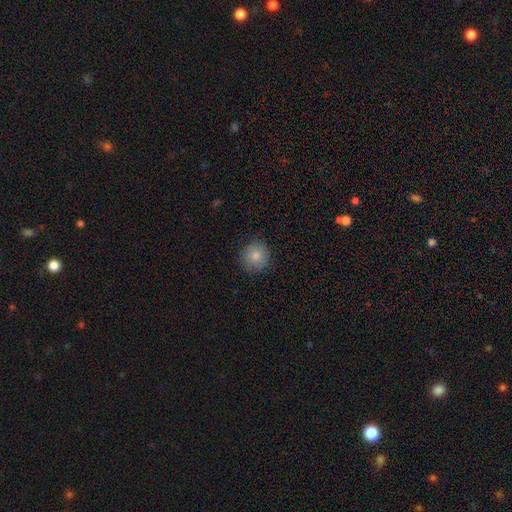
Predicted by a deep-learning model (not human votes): Smooth or featured?
  - smooth: 83% *
  - star or artifact: 9%
  - featured or disk: 8%
How rounded?
  - round: 93% *
  - in between: 6%
  - cigar-shaped: 1%
Merging?
  - none: 87% *
  - minor disturbance: 10%
  - major disturbance: 2%
  - merger: 1%